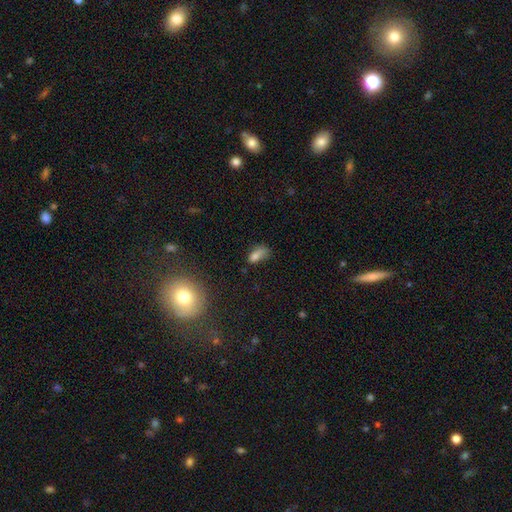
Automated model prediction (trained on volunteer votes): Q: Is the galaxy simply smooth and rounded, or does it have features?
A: smooth — 73%.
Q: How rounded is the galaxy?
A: in between — 81%.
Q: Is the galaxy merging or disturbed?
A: none — 41%.